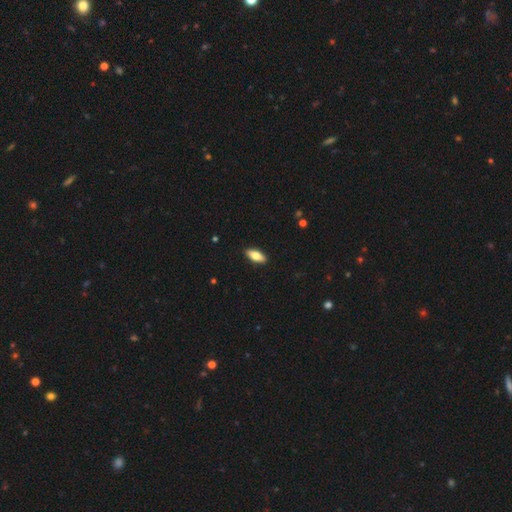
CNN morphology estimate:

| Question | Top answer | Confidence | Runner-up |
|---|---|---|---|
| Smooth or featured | smooth | 72% | featured or disk (22%) |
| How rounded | in between | 77% | cigar-shaped (20%) |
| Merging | none | 90% | minor disturbance (7%) |